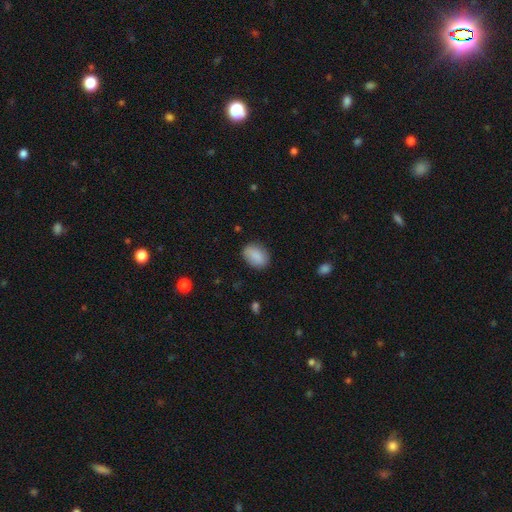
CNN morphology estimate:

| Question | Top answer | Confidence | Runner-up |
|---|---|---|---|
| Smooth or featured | smooth | 87% | star or artifact (7%) |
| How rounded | in between | 82% | round (16%) |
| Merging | none | 82% | minor disturbance (14%) |